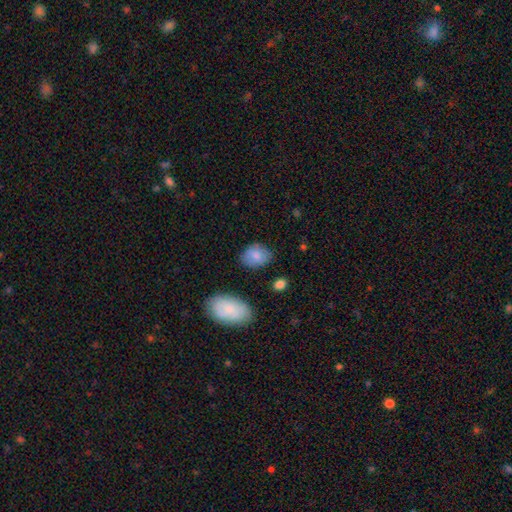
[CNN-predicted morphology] This is clearly a smooth galaxy (83%). How rounded: likely in between (69%). Merging: likely none (77%).